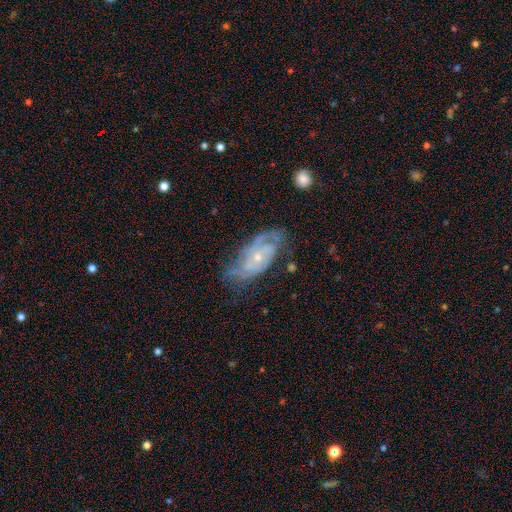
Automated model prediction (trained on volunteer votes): Smooth or featured? Predicted: featured or disk (p=0.71). Edge-on disk? Predicted: no (p=0.91). Bar? Predicted: no (p=0.68). Spiral arms? Predicted: yes (p=0.90). Spiral winding? Predicted: tight (p=0.50). Spiral arm count? Predicted: 2 (p=0.35). Bulge size? Predicted: small (p=0.69). Merging? Predicted: none (p=0.72).